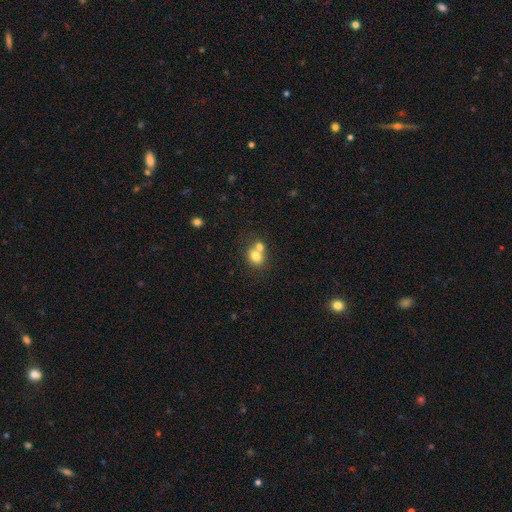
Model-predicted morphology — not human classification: This is likely a smooth galaxy (75%). How rounded: possibly round (56%). Merging: possibly merger (52%).